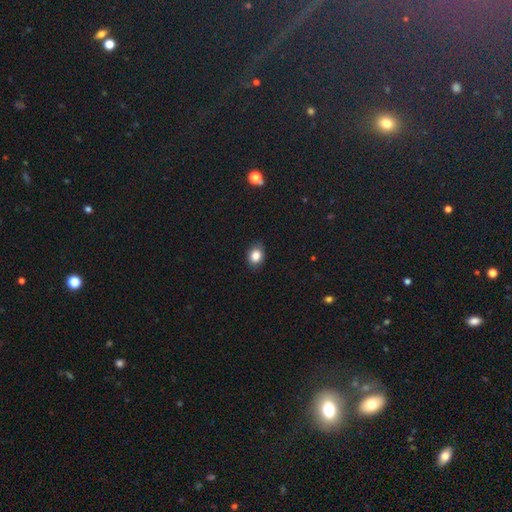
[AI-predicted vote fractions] Smooth or featured? Predicted: smooth (p=0.84). How rounded? Predicted: in between (p=0.60). Merging? Predicted: none (p=0.85).